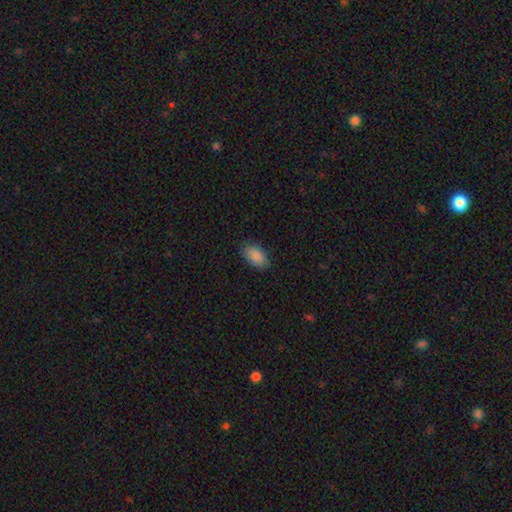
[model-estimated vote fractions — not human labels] This is clearly a smooth galaxy (89%). How rounded: clearly in between (93%). Merging: clearly none (84%).